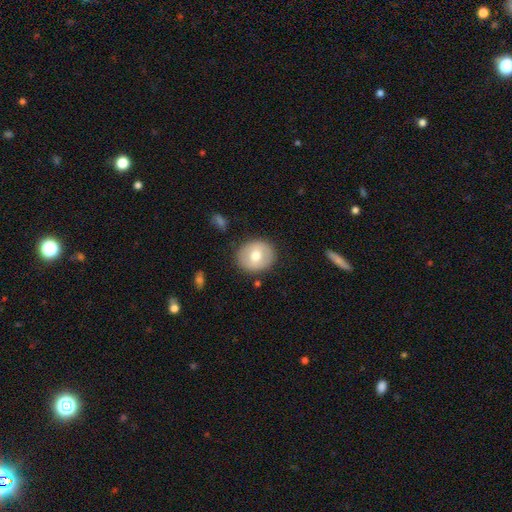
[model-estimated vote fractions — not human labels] Smooth or featured? smooth (64%)
How rounded? round (73%)
Merging? none (85%)